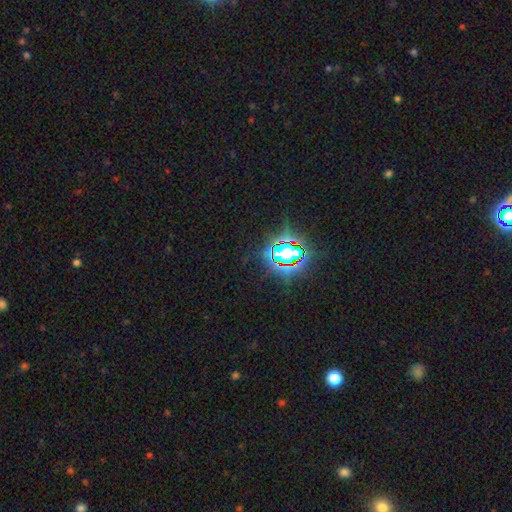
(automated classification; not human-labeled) Smooth or featured?
  - star or artifact: 81% *
  - smooth: 11%
  - featured or disk: 7%